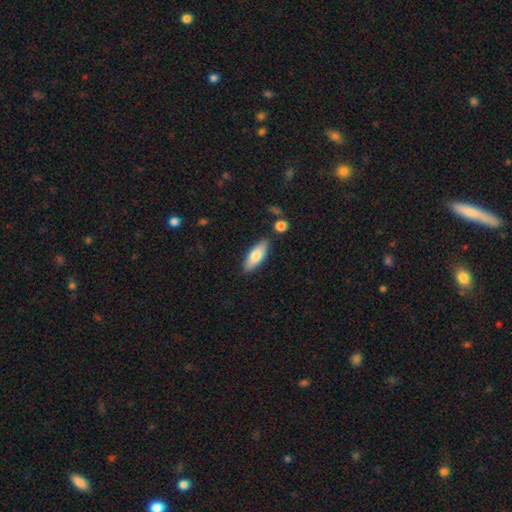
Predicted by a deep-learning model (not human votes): The model was most divided on "how rounded": in between: 66%, cigar-shaped: 32%, round: 2%. More confident: merging — none (83%); smooth or featured — smooth (72%).